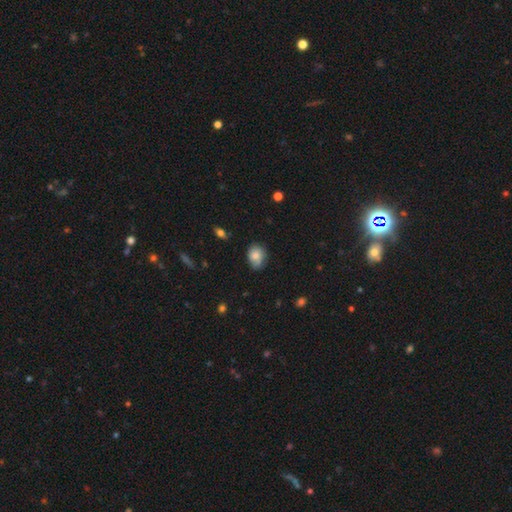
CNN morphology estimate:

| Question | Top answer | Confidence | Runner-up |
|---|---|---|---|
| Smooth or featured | smooth | 80% | featured or disk (12%) |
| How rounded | in between | 66% | round (33%) |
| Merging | none | 65% | minor disturbance (28%) |